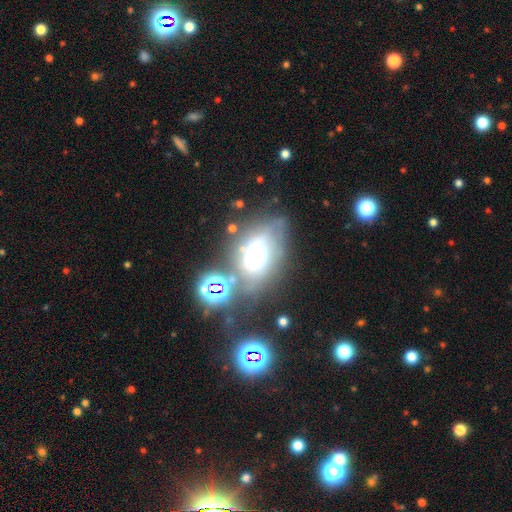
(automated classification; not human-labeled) Smooth or featured? smooth (41%)
Merging? none (42%)